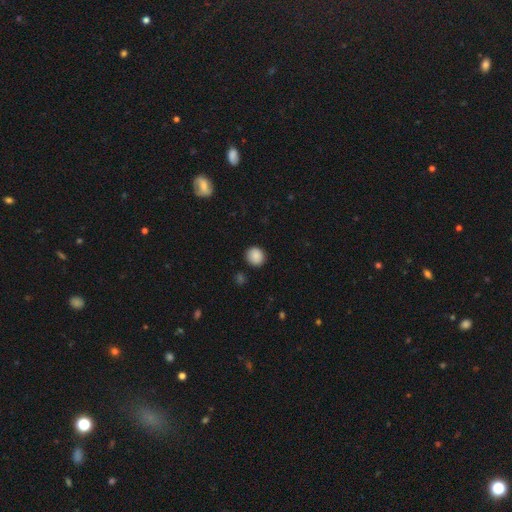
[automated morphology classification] Overall: smooth (88%). How rounded: round (84%). Merging: none (88%).